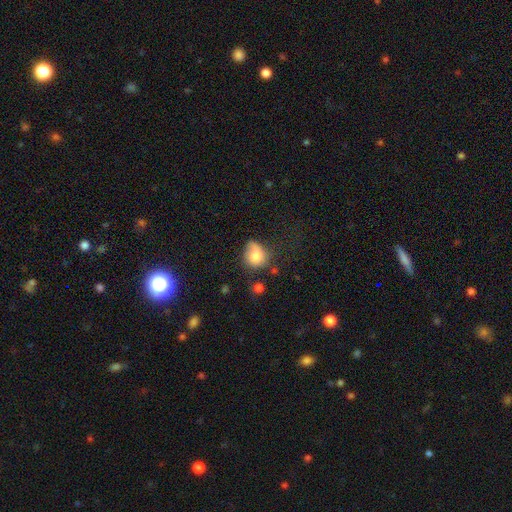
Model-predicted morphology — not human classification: Smooth or featured? Predicted: smooth (p=0.76). How rounded? Predicted: round (p=0.63). Merging? Predicted: none (p=0.40).